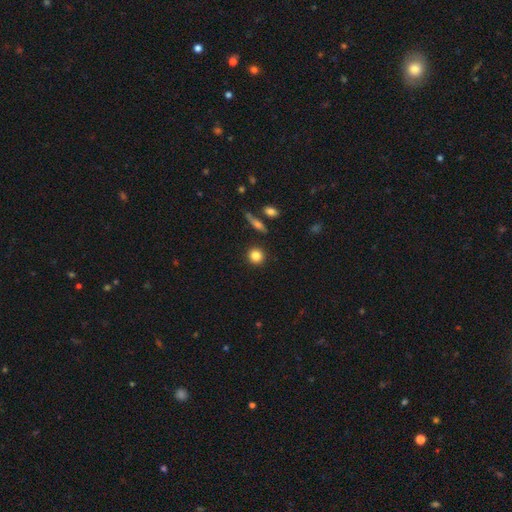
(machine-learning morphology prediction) A smooth galaxy with no disk features (83%) that is round (90%).

Vote fractions:
- Smooth or featured? smooth: 83% / star or artifact: 10% / featured or disk: 7%
- How rounded? round: 90% / in between: 8% / cigar-shaped: 2%
- Merging? none: 89% / minor disturbance: 6% / merger: 2% / major disturbance: 2%